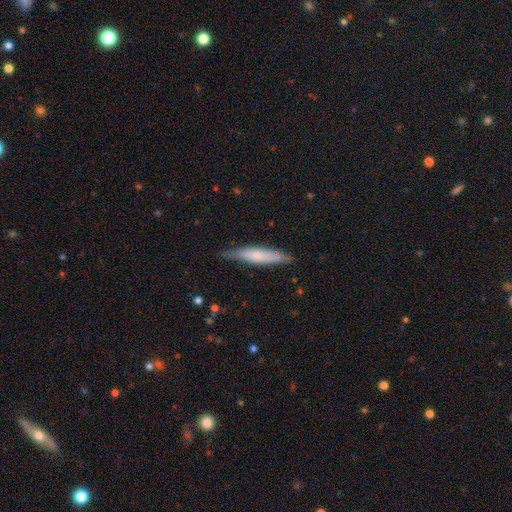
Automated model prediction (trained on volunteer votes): Overall: smooth (56%; featured or disk 38%). How rounded: cigar-shaped (85%). Merging: none (76%).